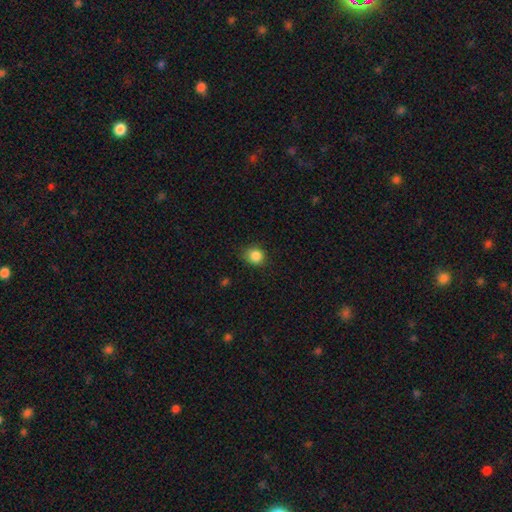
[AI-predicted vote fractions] smooth 86%, star or artifact 11%, featured or disk 4%. Down the decision tree: how rounded — round (80%); merging — none (79%).